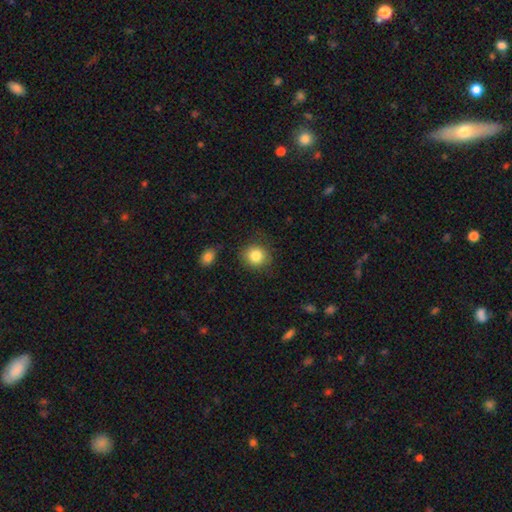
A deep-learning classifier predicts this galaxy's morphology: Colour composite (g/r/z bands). It shows a smooth galaxy with no disk features (84%) that is round (84%). Merging: none (82%).